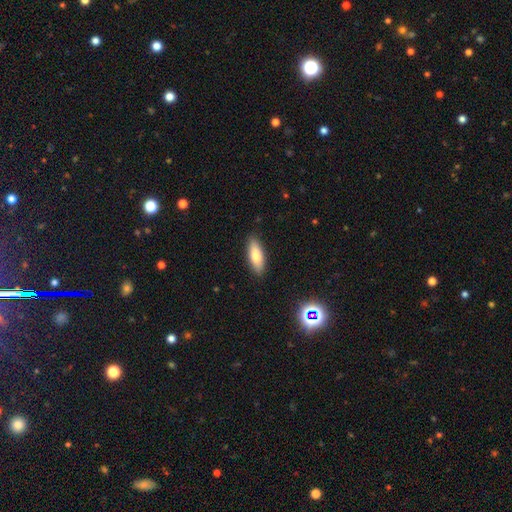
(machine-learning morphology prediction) Q: Smooth or featured?
A: smooth (76%); runner-up: featured or disk (18%)
Q: How rounded?
A: in between (67%); runner-up: cigar-shaped (31%)
Q: Merging?
A: none (88%); runner-up: minor disturbance (9%)